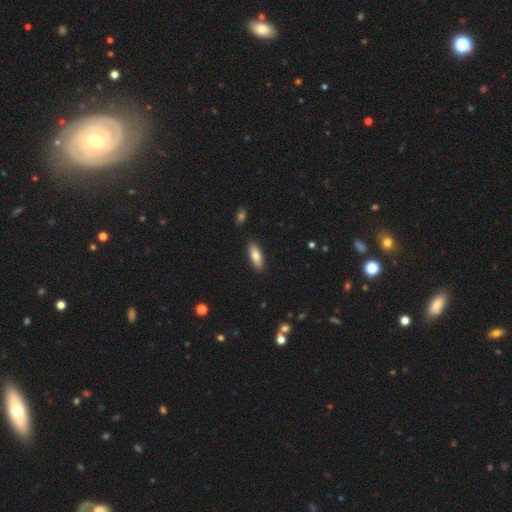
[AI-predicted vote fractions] The model was most divided on "how rounded": in between: 65%, cigar-shaped: 32%, round: 2%. More confident: merging — none (89%); smooth or featured — smooth (76%).